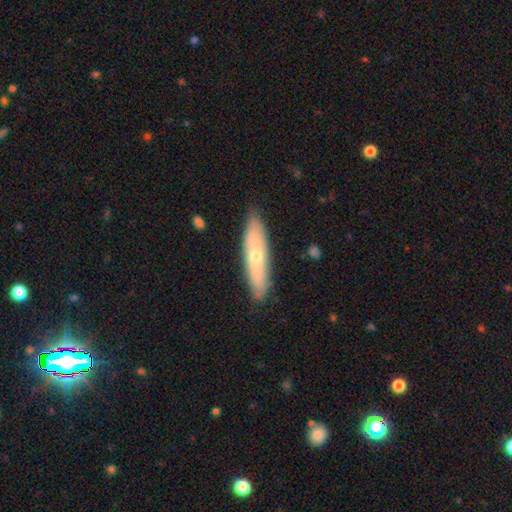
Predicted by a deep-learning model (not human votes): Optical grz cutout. It shows a smooth galaxy with no disk features (52%) that is cigar-shaped (75%). Merging: none (86%).